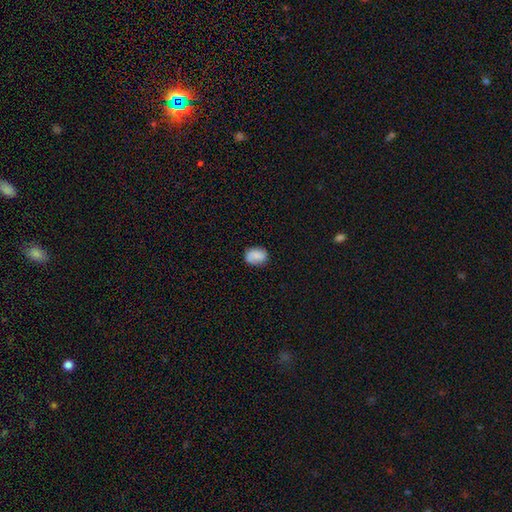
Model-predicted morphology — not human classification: Smooth or featured? Predicted: smooth (p=0.80). How rounded? Predicted: in between (p=0.68). Merging? Predicted: none (p=0.74).